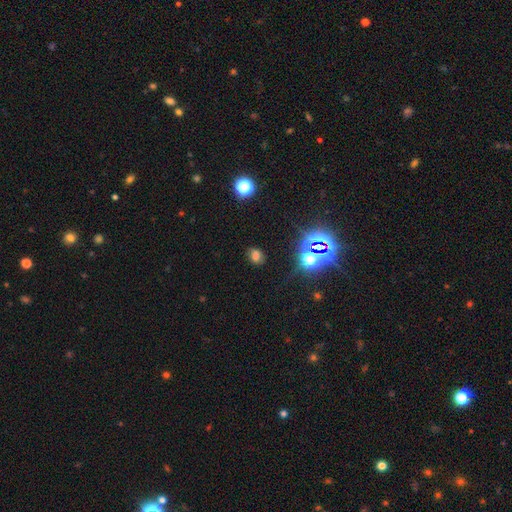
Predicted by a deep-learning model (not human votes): Smooth or featured? smooth (63%)
How rounded? in between (55%)
Merging? none (82%)